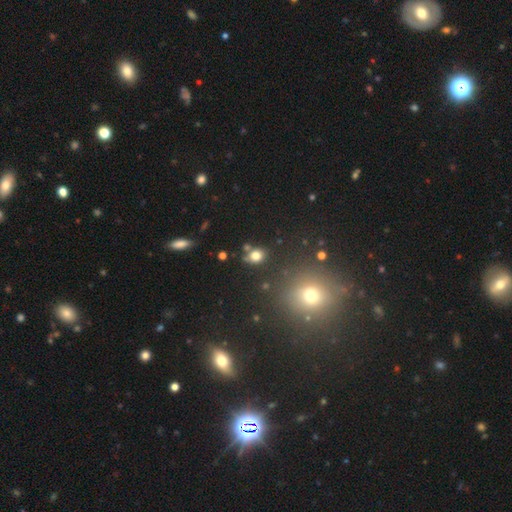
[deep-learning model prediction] Overall: smooth (77%). How rounded: round (53%; in between 46%). Merging: none (73%).